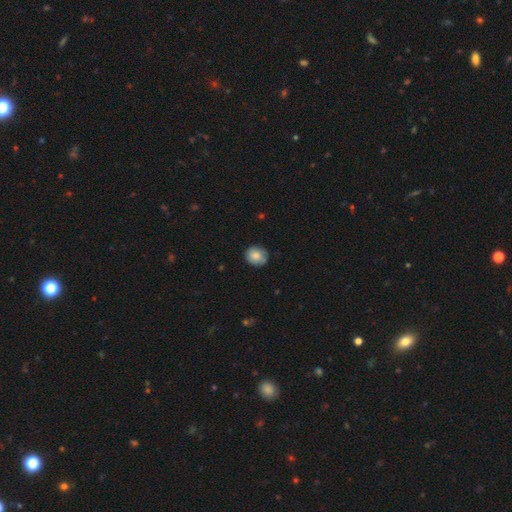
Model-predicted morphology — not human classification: type=smooth (82%); roundness=round (73%); merging=none (79%).